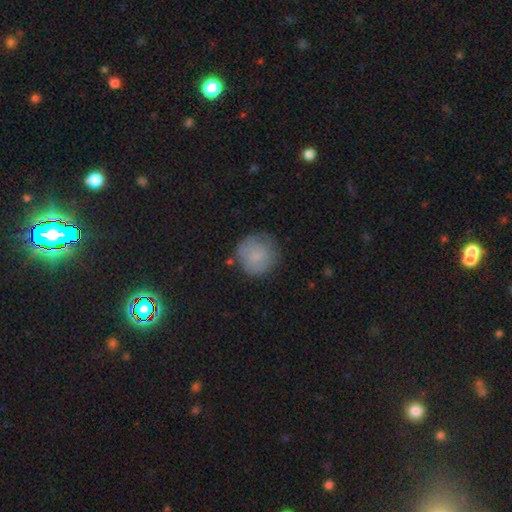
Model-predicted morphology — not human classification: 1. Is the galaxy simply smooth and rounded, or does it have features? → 75% smooth, 17% featured or disk, 8% star or artifact.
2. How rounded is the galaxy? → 92% round, 7% in between, 1% cigar-shaped.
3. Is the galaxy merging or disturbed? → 70% none, 21% minor disturbance, 7% major disturbance, 3% merger.